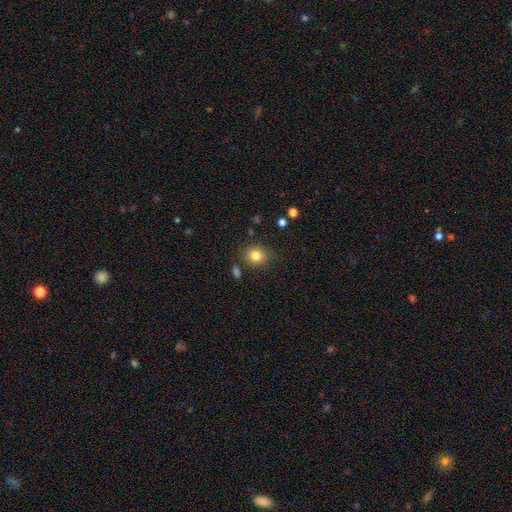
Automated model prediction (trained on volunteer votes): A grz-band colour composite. It shows a smooth galaxy with no disk features (82%) that is round (75%). Merging: none (78%).